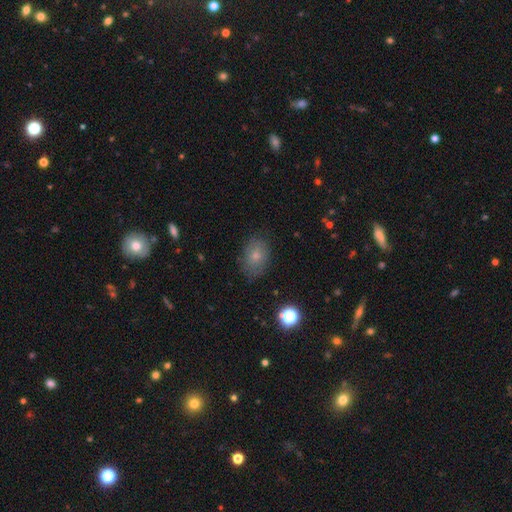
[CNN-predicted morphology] Q: Smooth or featured?
A: smooth (71%); runner-up: featured or disk (18%)
Q: How rounded?
A: in between (76%); runner-up: round (23%)
Q: Merging?
A: none (77%); runner-up: minor disturbance (17%)